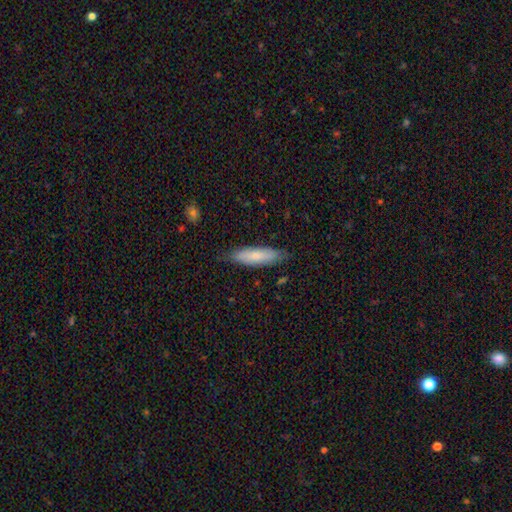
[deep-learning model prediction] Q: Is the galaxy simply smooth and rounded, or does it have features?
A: smooth — 77%.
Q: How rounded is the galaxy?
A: cigar-shaped — 67%.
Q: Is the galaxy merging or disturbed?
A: none — 80%.